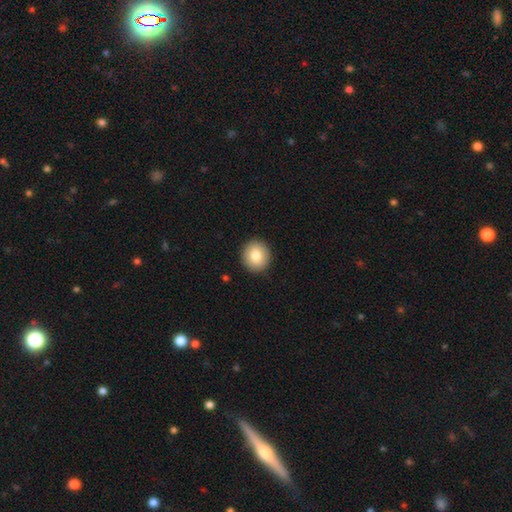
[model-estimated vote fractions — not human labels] Smooth or featured? Predicted: smooth (p=0.82). How rounded? Predicted: round (p=0.90). Merging? Predicted: none (p=0.92).